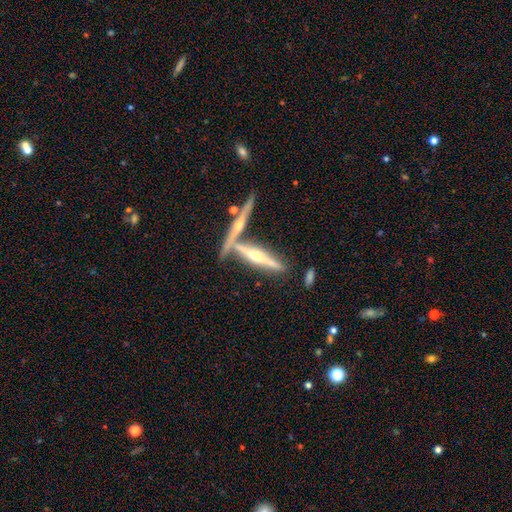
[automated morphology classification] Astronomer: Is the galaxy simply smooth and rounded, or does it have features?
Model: featured or disk — 74%.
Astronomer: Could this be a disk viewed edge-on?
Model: yes — 92%.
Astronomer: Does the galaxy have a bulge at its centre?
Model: rounded — 84%.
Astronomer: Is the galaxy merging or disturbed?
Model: none — 55%.